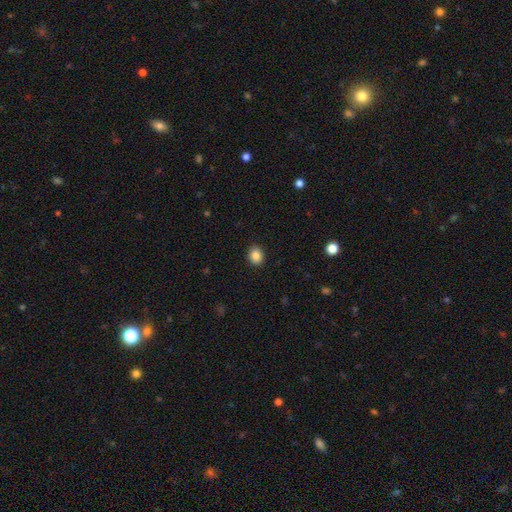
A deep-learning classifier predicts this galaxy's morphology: A smooth galaxy with no disk features (86%) that is round (58%). Merging: none (90%).